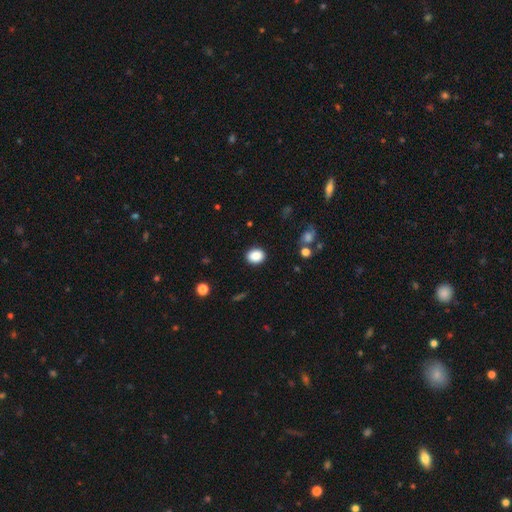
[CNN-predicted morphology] This appears to be a smooth galaxy with no disk features (87%) that is round (57%). Merging: none (90%).